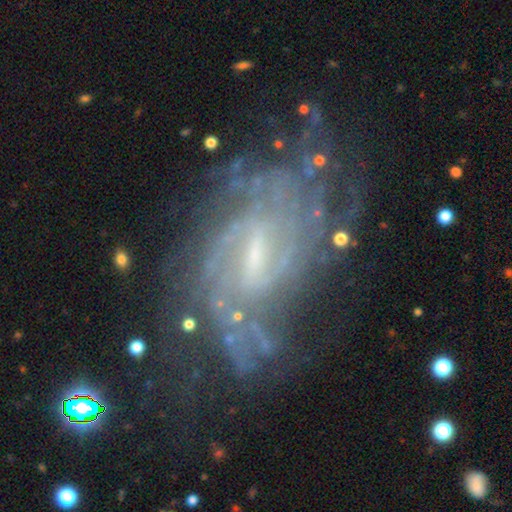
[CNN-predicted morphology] smooth-or-featured: featured or disk: 84% | star or artifact: 9% | smooth: 7%
  disk-edge-on: no: 96% | yes: 4%
    bar: weak: 56% | strong: 27% | no: 17%
    has-spiral-arms: yes: 92% | no: 8%
      spiral-winding: tight: 58% | medium: 33% | loose: 10%
      spiral-arm-count: can't tell: 47% | 2: 14% | 4: 14% | 3: 11% | more than 4: 9% | 1: 6%
    bulge-size: small: 55% | moderate: 28% | none: 14% | large: 2% | dominant: 1%
  merging: none: 65% | minor disturbance: 19% | major disturbance: 13% | merger: 3%